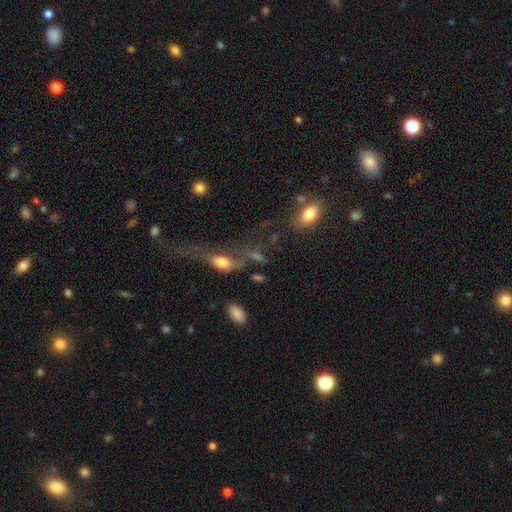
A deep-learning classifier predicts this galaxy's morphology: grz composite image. It shows a smooth galaxy with no disk features (43%). Merging: major disturbance (33%).